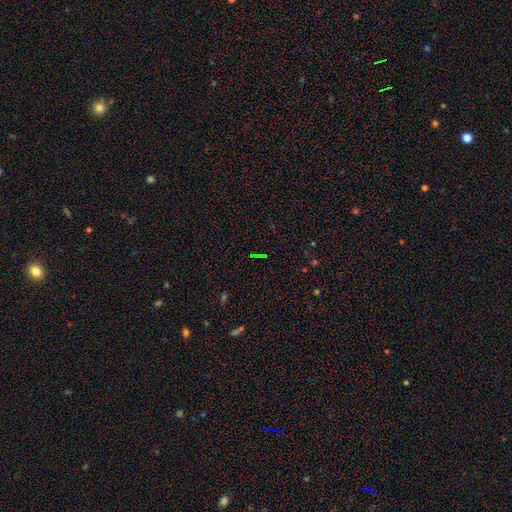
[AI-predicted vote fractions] smooth_or_featured: star or artifact (p=0.73) [alt: smooth p=0.15]